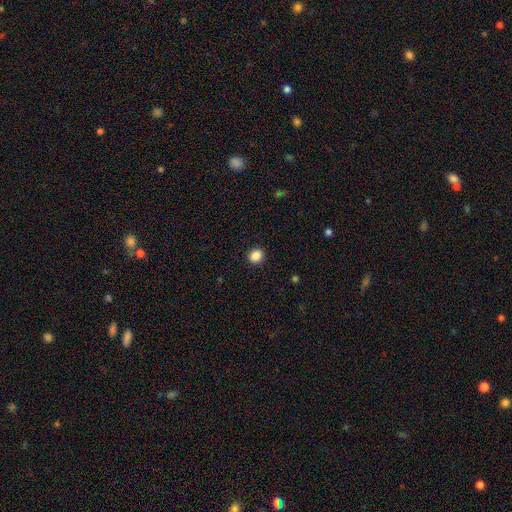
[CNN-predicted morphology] smooth-or-featured: smooth: 87% | star or artifact: 10% | featured or disk: 3%
  how-rounded: round: 86% | in between: 13% | cigar-shaped: 1%
  merging: none: 92% | minor disturbance: 5% | major disturbance: 2% | merger: 1%